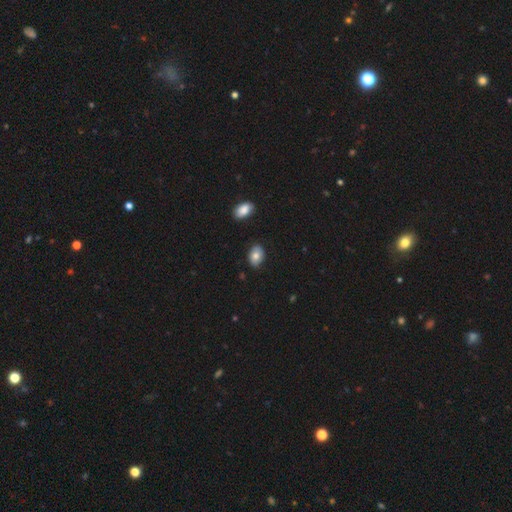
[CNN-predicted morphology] type=smooth (79%); roundness=in between (83%); merging=none (84%).